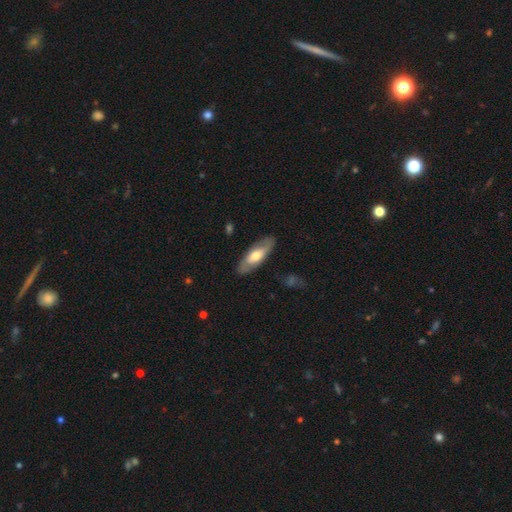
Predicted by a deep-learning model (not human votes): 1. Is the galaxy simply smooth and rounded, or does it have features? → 50% smooth, 45% featured or disk, 5% star or artifact.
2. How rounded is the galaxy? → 66% in between, 32% cigar-shaped, 2% round.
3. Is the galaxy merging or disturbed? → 85% none, 11% minor disturbance, 3% major disturbance, 1% merger.